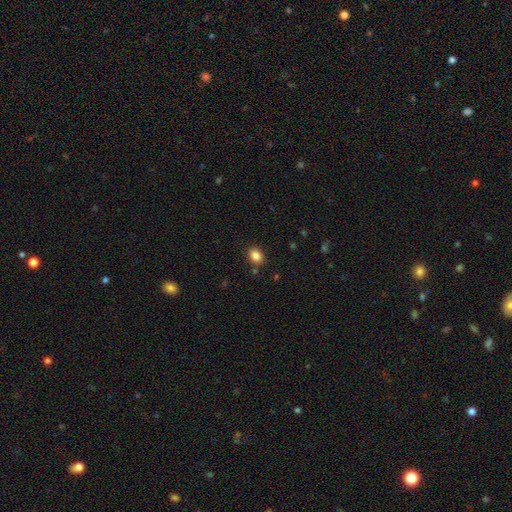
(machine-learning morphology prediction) The model was most divided on "how rounded": in between: 57%, round: 42%, cigar-shaped: 1%. More confident: merging — none (85%); smooth or featured — smooth (85%).